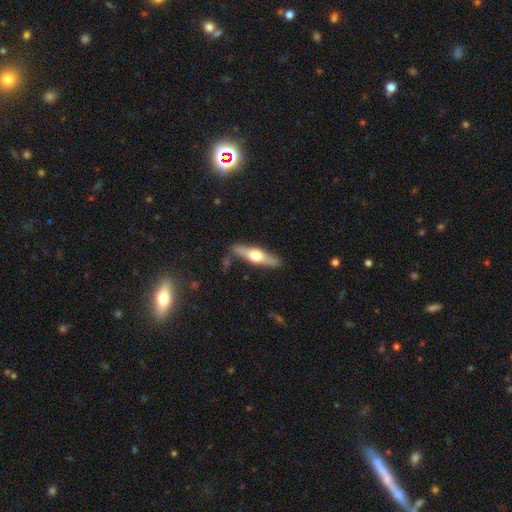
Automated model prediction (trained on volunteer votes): featured or disk 58%, smooth 37%, star or artifact 5%. Down the decision tree: edge-on disk — yes (93%); edge-on bulge — rounded (95%); merging — none (81%).